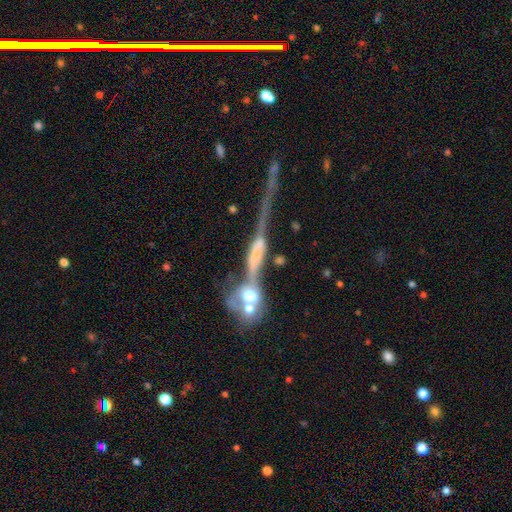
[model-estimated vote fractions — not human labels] The model was most divided on "merging": merger: 47%, none: 24%, major disturbance: 18%, minor disturbance: 12%. More confident: edge-on disk — yes (73%); smooth or featured — featured or disk (64%).